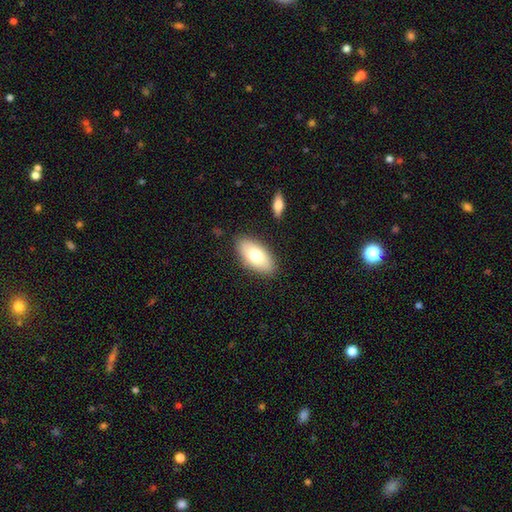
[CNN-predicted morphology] A smooth galaxy with no disk features (73%) that is in between round and cigar-shaped (93%). Merging: none (85%).